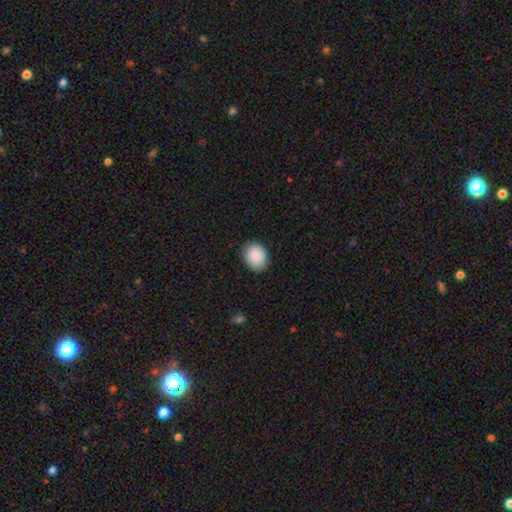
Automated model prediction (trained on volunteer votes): smooth_or_featured: smooth (p=0.88) [alt: star or artifact p=0.07]
how_rounded: in between (p=0.50) [tied with: round p=0.50]
merging: none (p=0.86) [alt: minor disturbance p=0.11]